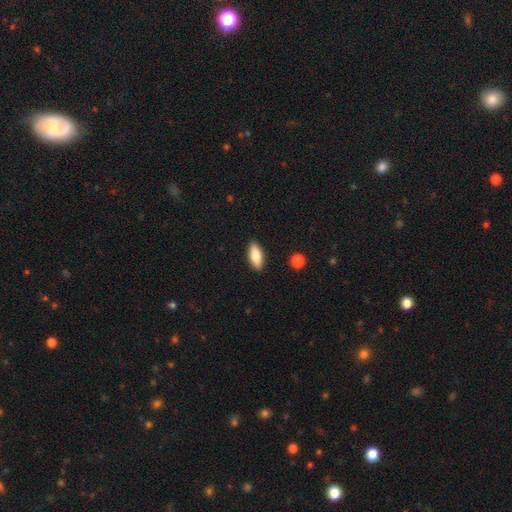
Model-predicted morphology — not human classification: This is likely a smooth galaxy (79%). How rounded: likely in between (79%). Merging: clearly none (90%).